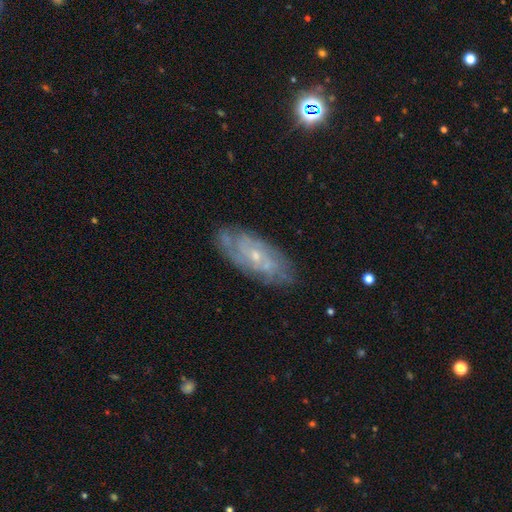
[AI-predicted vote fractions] Q: Smooth or featured?
A: featured or disk (79%); runner-up: smooth (14%)
Q: Edge-on disk?
A: no (90%); runner-up: yes (10%)
Q: Bar?
A: no (71%); runner-up: weak (25%)
Q: Spiral arms?
A: yes (90%); runner-up: no (10%)
Q: Spiral winding?
A: tight (63%); runner-up: medium (29%)
Q: Spiral arm count?
A: can't tell (46%); runner-up: 2 (23%)
Q: Bulge size?
A: small (73%); runner-up: moderate (23%)
Q: Merging?
A: none (77%); runner-up: minor disturbance (17%)